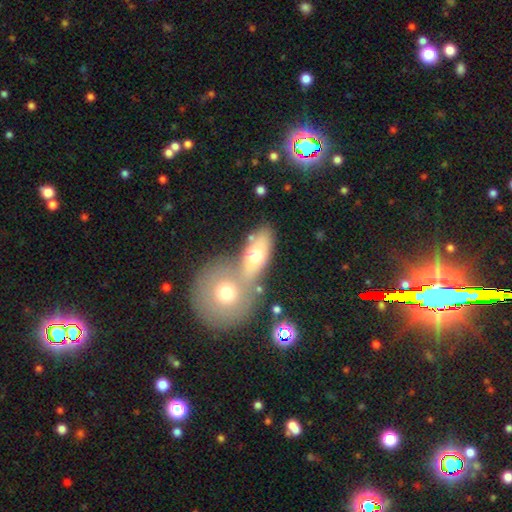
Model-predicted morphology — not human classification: type=smooth (64%); roundness=in between (67%); merging=merger (44%).